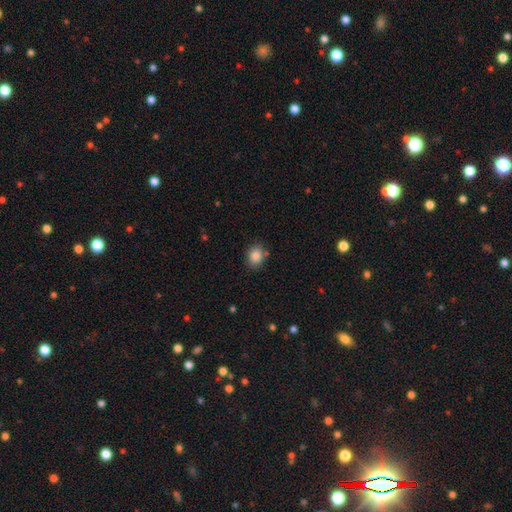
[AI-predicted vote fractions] A smooth galaxy with no disk features (86%) that is round (56%). Merging: none (81%).